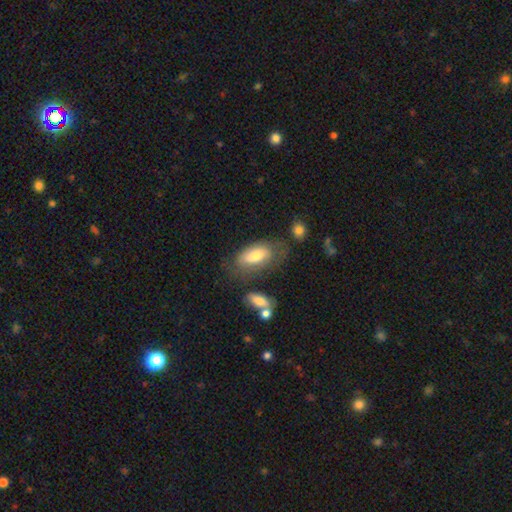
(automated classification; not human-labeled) A smooth galaxy with no disk features (67%) that is in between round and cigar-shaped (89%). Merging: none (52%).